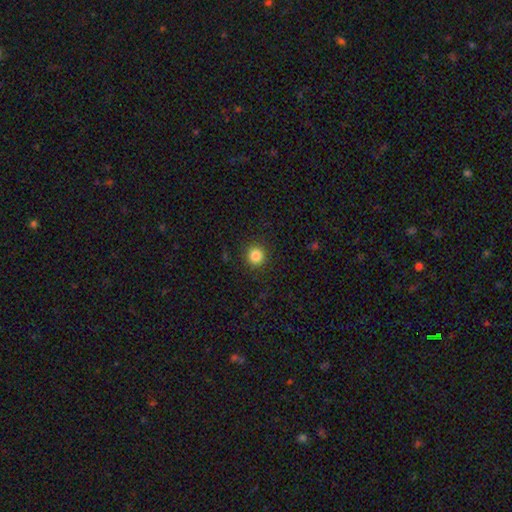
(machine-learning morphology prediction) Smooth or featured? Predicted: smooth (p=0.85). How rounded? Predicted: round (p=0.94). Merging? Predicted: none (p=0.91).